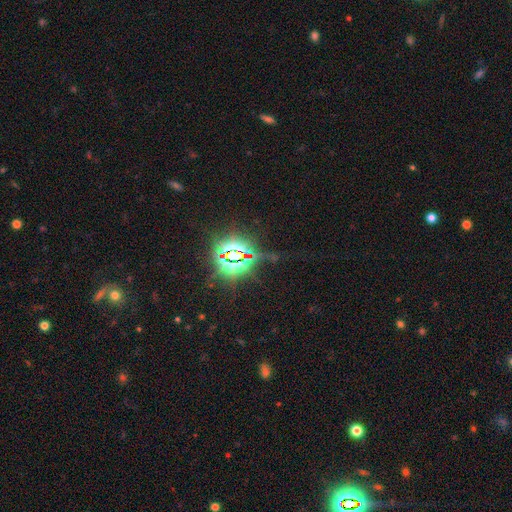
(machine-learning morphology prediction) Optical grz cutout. It shows a star or artifact, not a galaxy (84%).